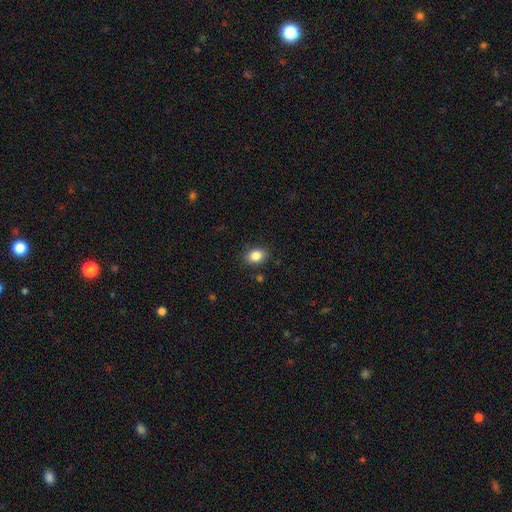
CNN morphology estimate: smooth 85%, star or artifact 9%, featured or disk 6%. Down the decision tree: how rounded — in between (71%); merging — none (87%).